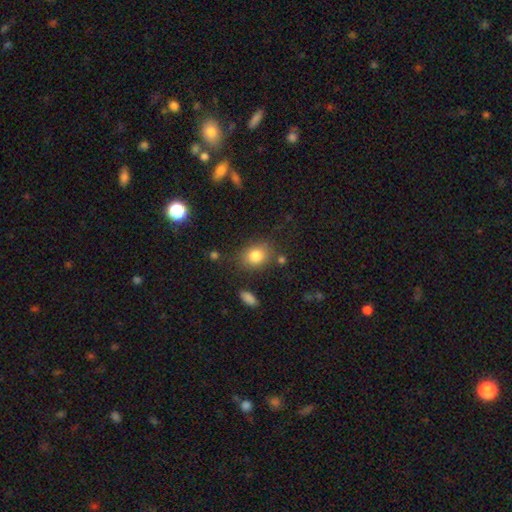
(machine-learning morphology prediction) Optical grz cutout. It shows a smooth galaxy with no disk features (83%) that is in between round and cigar-shaped (52%). Merging: none (76%).